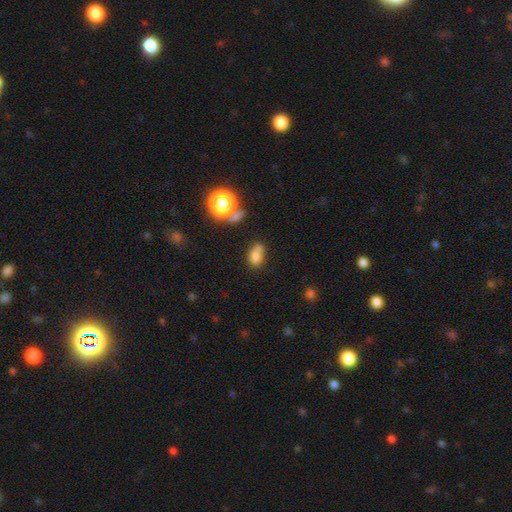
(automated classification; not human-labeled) smooth_or_featured: smooth (p=0.74) [alt: star or artifact p=0.15]
how_rounded: in between (p=0.67) [alt: round p=0.31]
merging: none (p=0.40) [alt: merger p=0.34]